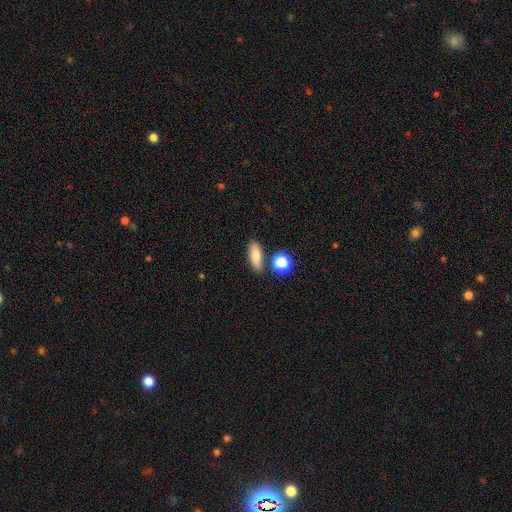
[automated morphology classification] Overall: smooth (70%). How rounded: in between (60%; cigar-shaped 30%). Merging: none (77%).